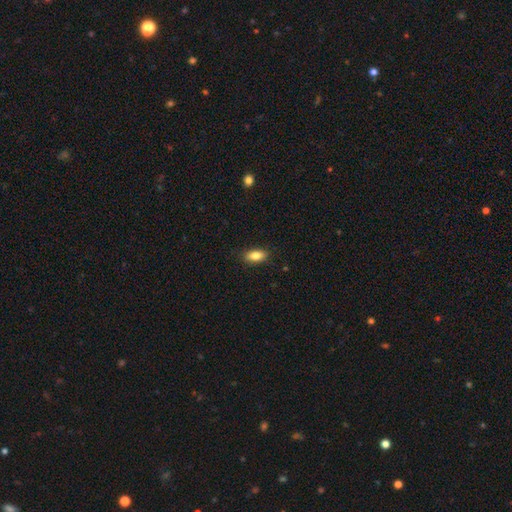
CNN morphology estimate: This is clearly a smooth galaxy (82%). How rounded: clearly in between (86%). Merging: clearly none (88%).